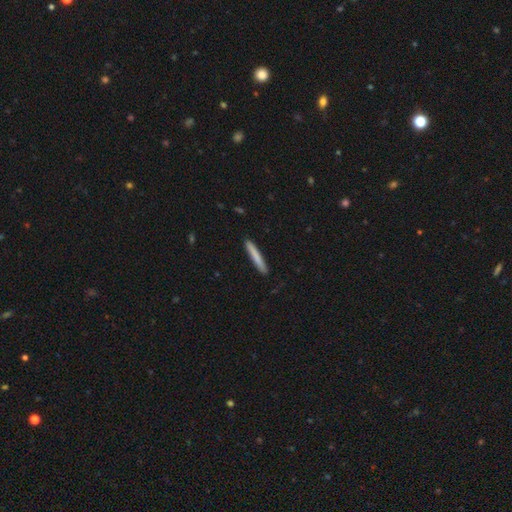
Overall: smooth (87%). How rounded: cigar-shaped (97%). Merging: none (94%).